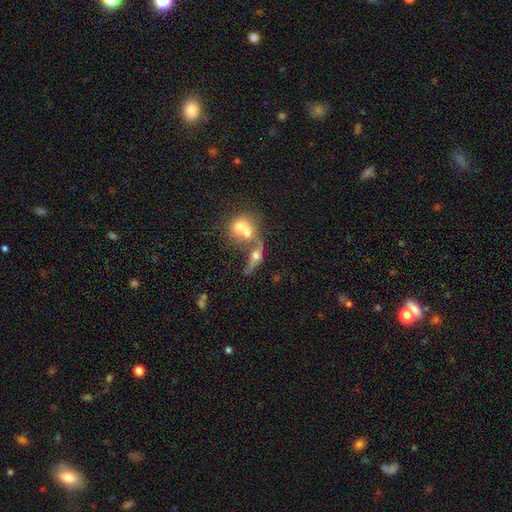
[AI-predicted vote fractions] Smooth or featured: featured or disk — 49% (smooth — 40%)
Merging: merger — 65% (none — 16%)